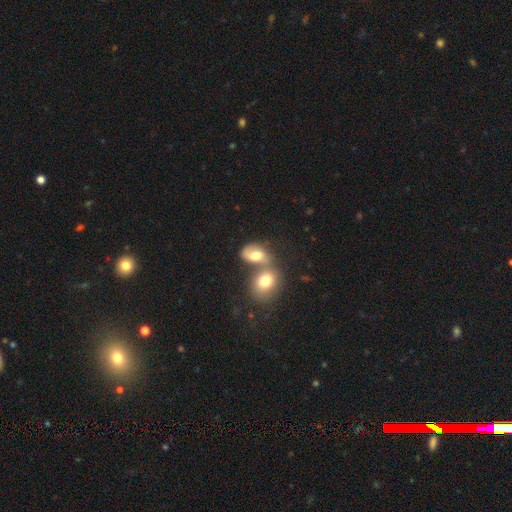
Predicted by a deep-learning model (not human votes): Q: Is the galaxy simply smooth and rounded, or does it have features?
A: smooth — 62%.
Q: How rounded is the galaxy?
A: in between — 72%.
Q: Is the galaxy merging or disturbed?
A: merger — 64%.